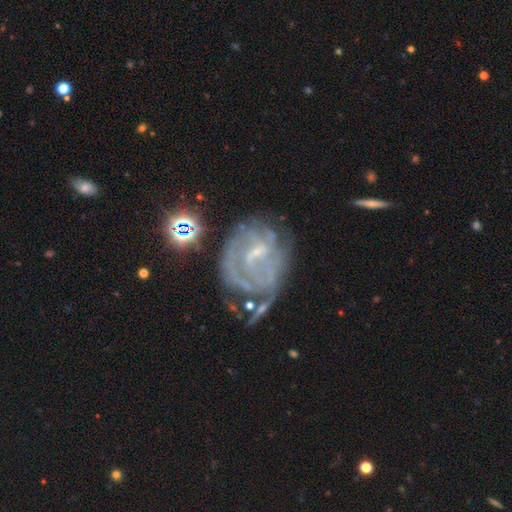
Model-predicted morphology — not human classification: smooth_or_featured: featured or disk (p=0.78) [alt: smooth p=0.11]
disk_edge_on: no (p=0.98) [alt: yes p=0.02]
bar: weak (p=0.53) [alt: no p=0.32]
has_spiral_arms: yes (p=0.80) [alt: no p=0.20]
spiral_winding: tight (p=0.51) [alt: medium p=0.35]
spiral_arm_count: can't tell (p=0.48) [alt: 2 p=0.20]
bulge_size: small (p=0.60) [alt: none p=0.23]
merging: none (p=0.42) [alt: major disturbance p=0.27]